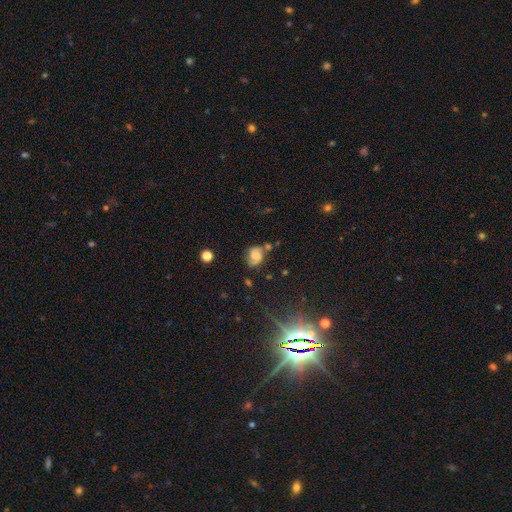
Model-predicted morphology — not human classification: Smooth or featured: featured or disk — 53% (smooth — 34%)
Edge-on disk: no — 97% (yes — 3%)
Bar: no — 50% (weak — 39%)
Spiral arms: yes — 85% (no — 15%)
Bulge size: moderate — 31% (none — 27%)
Merging: none — 55% (minor disturbance — 23%)